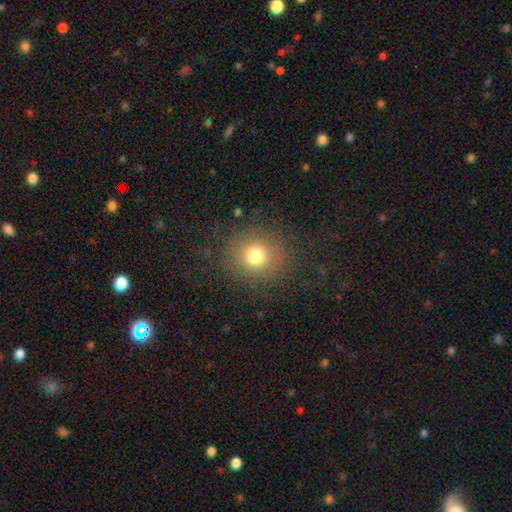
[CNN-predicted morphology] A smooth galaxy with no disk features (75%) that is round (88%).

Vote fractions:
- Smooth or featured? smooth: 75% / star or artifact: 15% / featured or disk: 10%
- How rounded? round: 88% / in between: 11% / cigar-shaped: 1%
- Merging? none: 84% / minor disturbance: 9% / major disturbance: 6% / merger: 1%